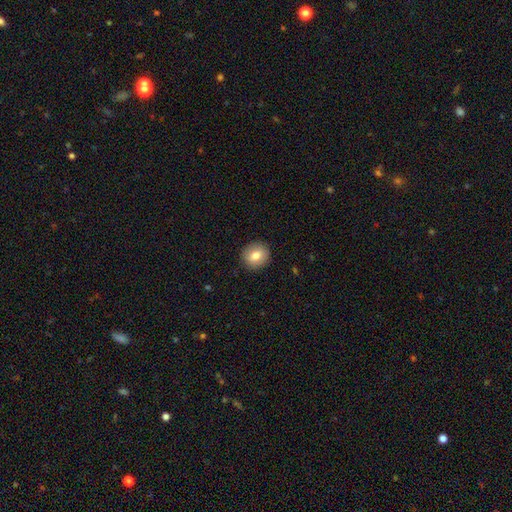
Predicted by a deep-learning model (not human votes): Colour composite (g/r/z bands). It shows a smooth galaxy with no disk features (78%) that is round (84%). Merging: none (90%).